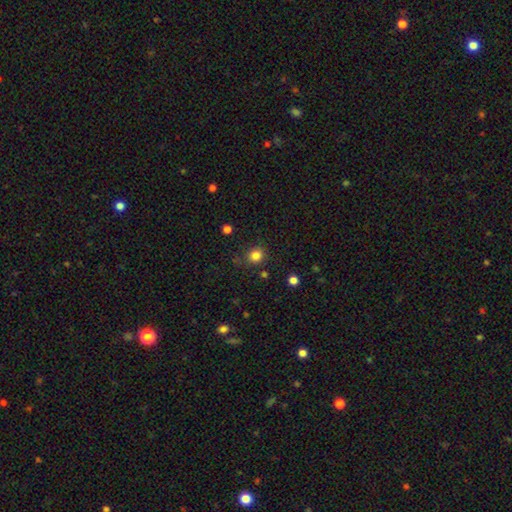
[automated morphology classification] This is clearly a smooth galaxy (83%). How rounded: clearly round (85%). Merging: clearly none (84%).